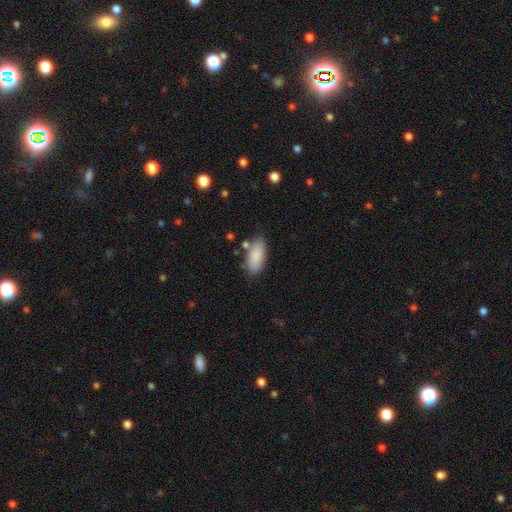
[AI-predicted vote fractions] smooth_or_featured: smooth (p=0.87) [alt: star or artifact p=0.07]
how_rounded: in between (p=0.90) [alt: cigar-shaped p=0.08]
merging: none (p=0.72) [alt: minor disturbance p=0.18]